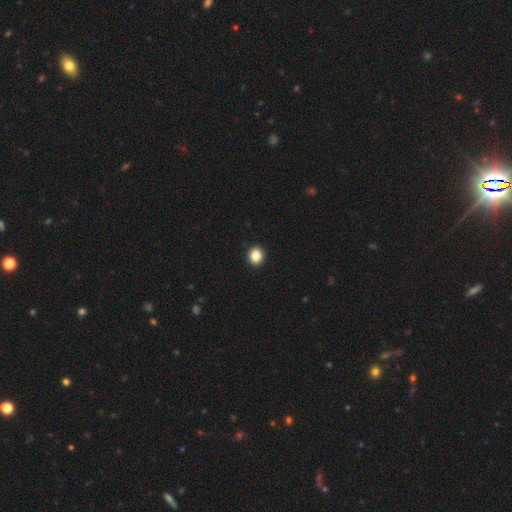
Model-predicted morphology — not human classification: Smooth or featured? smooth (86%)
How rounded? round (78%)
Merging? none (93%)